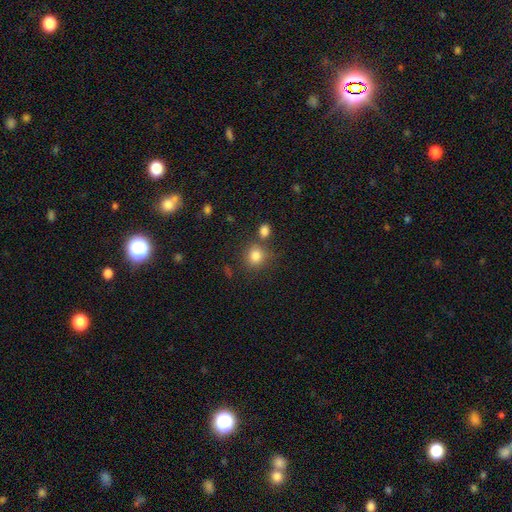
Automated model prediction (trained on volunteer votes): Smooth or featured? Predicted: smooth (p=0.82). How rounded? Predicted: round (p=0.85). Merging? Predicted: none (p=0.72).